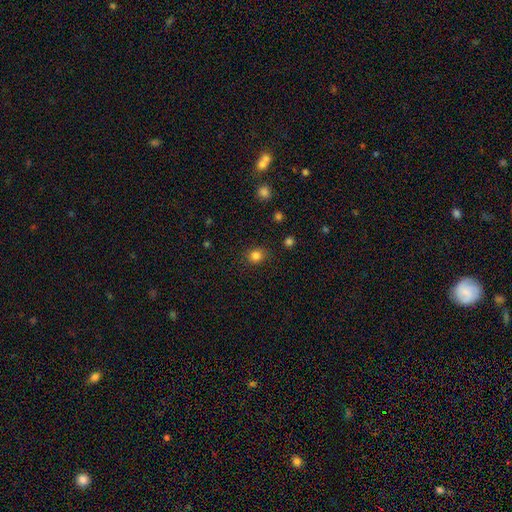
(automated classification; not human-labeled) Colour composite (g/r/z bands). It shows a smooth galaxy with no disk features (83%) that is round (77%). Merging: none (82%).